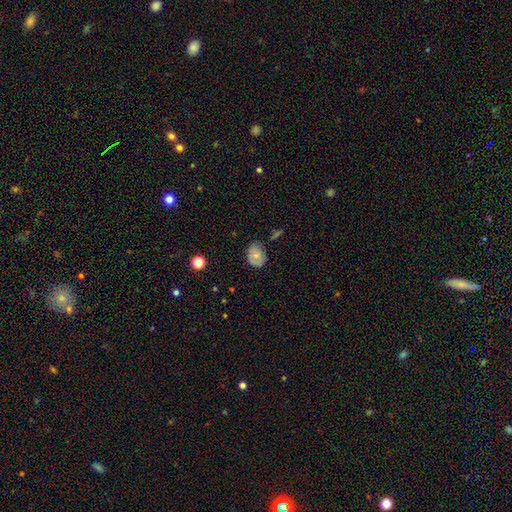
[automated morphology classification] A smooth galaxy with no disk features (68%) that is in between round and cigar-shaped (67%).

Vote fractions:
- Smooth or featured? smooth: 68% / featured or disk: 23% / star or artifact: 9%
- How rounded? in between: 67% / round: 32% / cigar-shaped: 1%
- Merging? none: 61% / minor disturbance: 29% / major disturbance: 7% / merger: 3%